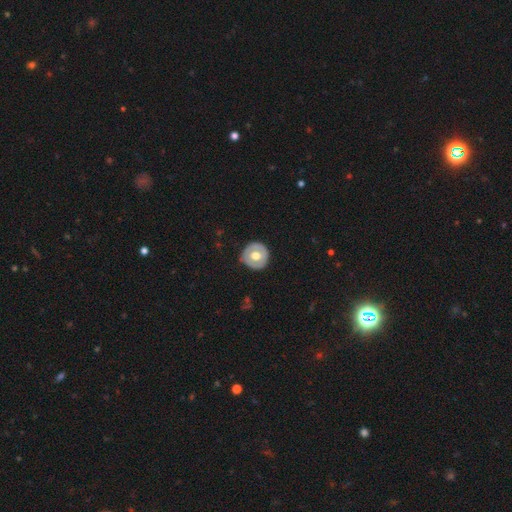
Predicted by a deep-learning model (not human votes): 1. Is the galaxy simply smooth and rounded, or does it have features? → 48% smooth, 46% featured or disk, 6% star or artifact.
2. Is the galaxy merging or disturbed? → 86% none, 10% minor disturbance, 3% major disturbance, 1% merger.